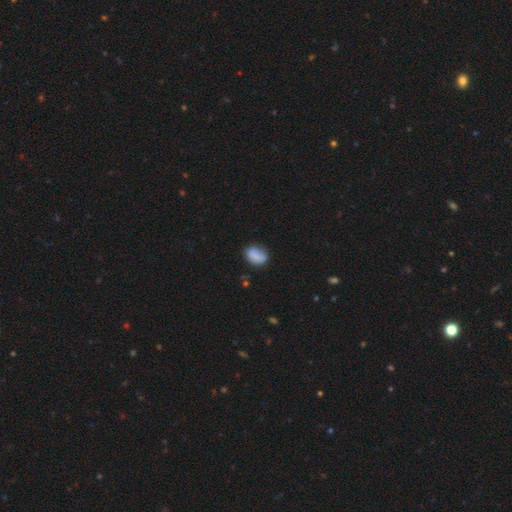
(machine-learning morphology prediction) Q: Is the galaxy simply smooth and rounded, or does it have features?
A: smooth — 78%.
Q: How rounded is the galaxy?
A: in between — 67%.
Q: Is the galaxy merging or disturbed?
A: none — 69%.